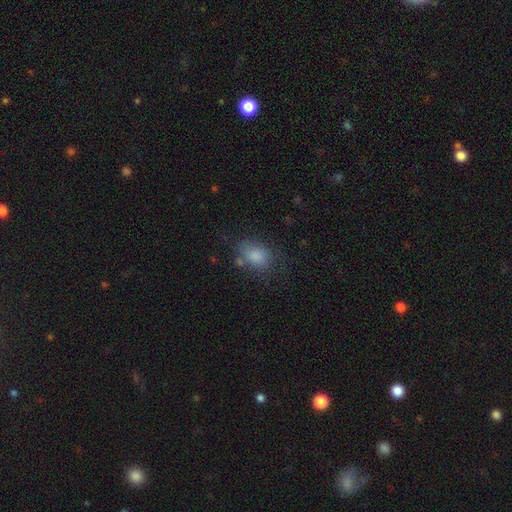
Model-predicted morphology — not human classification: Q: Smooth or featured?
A: smooth (78%); runner-up: star or artifact (12%)
Q: How rounded?
A: in between (63%); runner-up: round (36%)
Q: Merging?
A: none (65%); runner-up: minor disturbance (20%)